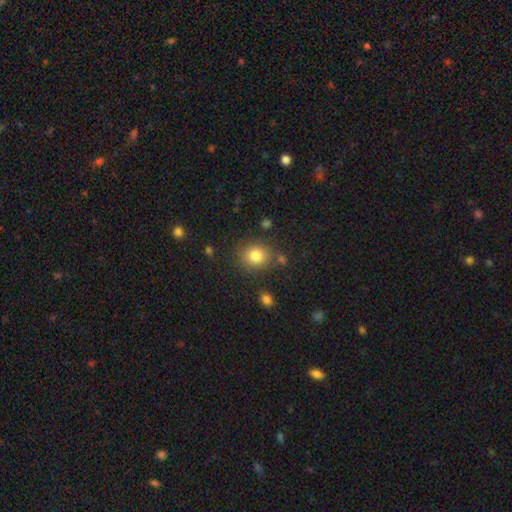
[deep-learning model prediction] Overall: smooth (82%). How rounded: round (72%). Merging: none (80%).